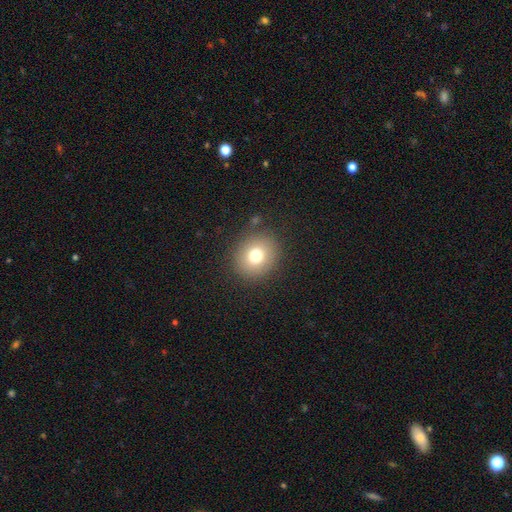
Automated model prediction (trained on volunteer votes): Morphology: type=smooth (75%); roundness=round (81%); merging=none (86%).